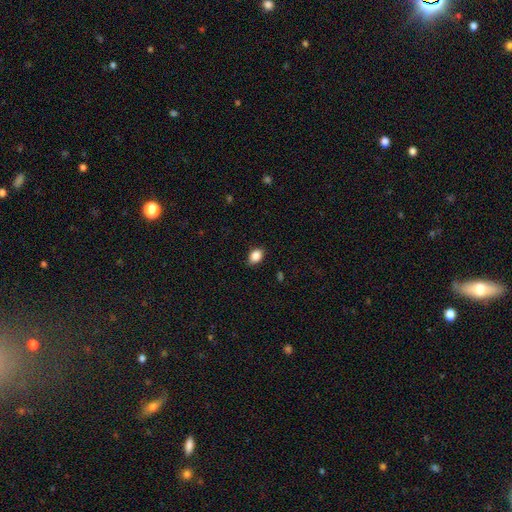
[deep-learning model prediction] Smooth or featured?
  - smooth: 87% *
  - star or artifact: 8%
  - featured or disk: 5%
How rounded?
  - in between: 80% *
  - round: 19%
  - cigar-shaped: 1%
Merging?
  - none: 85% *
  - minor disturbance: 11%
  - major disturbance: 2%
  - merger: 1%